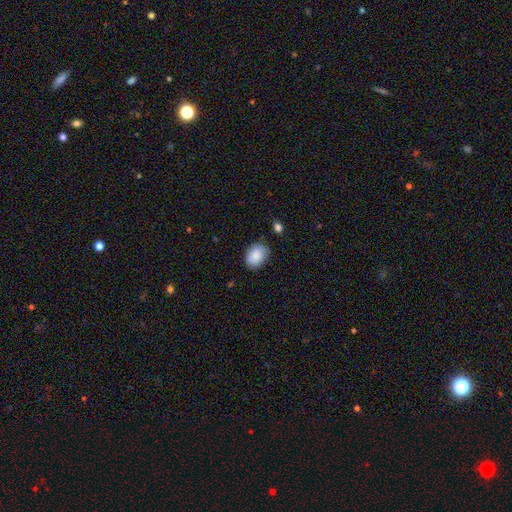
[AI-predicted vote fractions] Smooth or featured? smooth (88%)
How rounded? in between (74%)
Merging? none (78%)